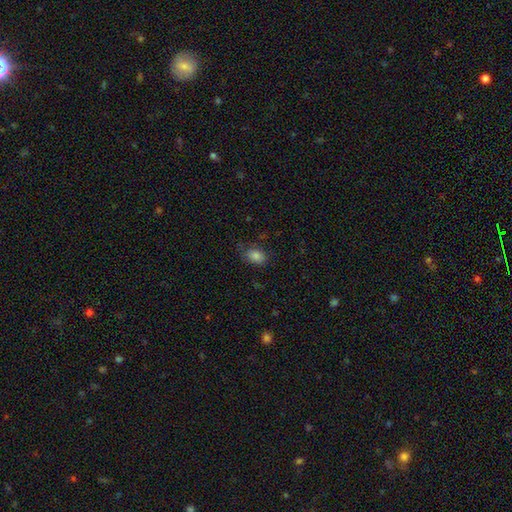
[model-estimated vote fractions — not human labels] Smooth or featured? Predicted: smooth (p=0.82). How rounded? Predicted: in between (p=0.78). Merging? Predicted: none (p=0.70).